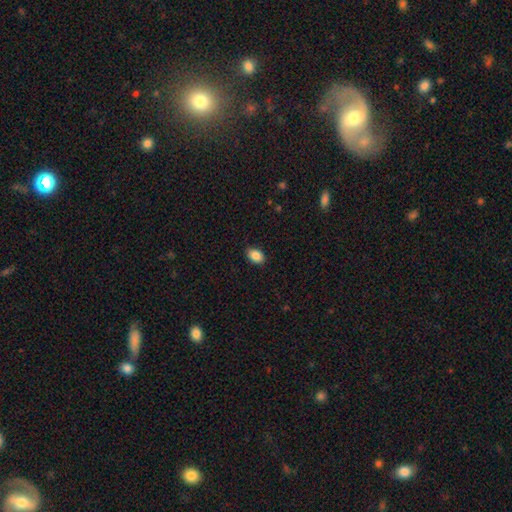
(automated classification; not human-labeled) Overall: smooth (88%). How rounded: in between (85%). Merging: none (88%).